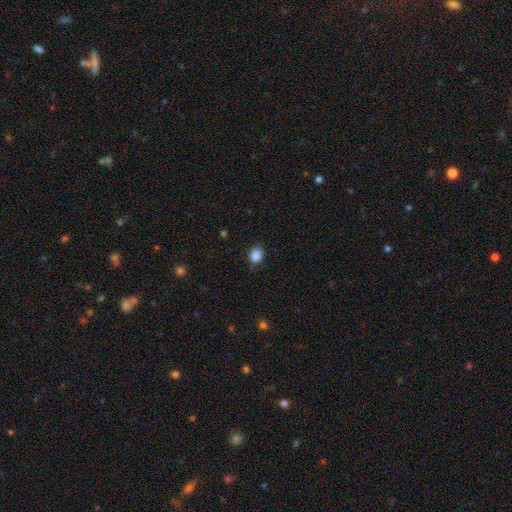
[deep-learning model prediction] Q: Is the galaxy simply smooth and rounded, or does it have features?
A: smooth — 86%.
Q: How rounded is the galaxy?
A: round — 68%.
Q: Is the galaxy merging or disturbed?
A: none — 85%.